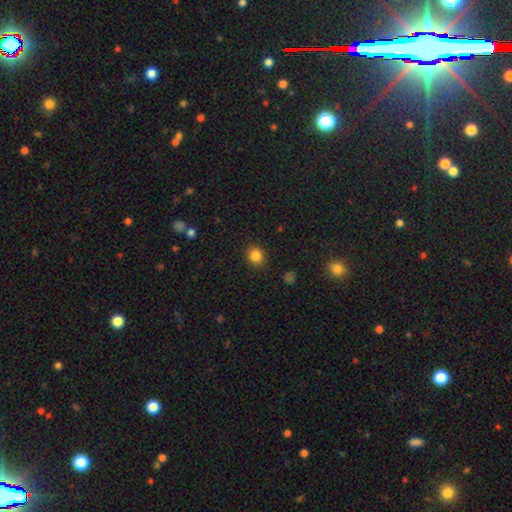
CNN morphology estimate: Smooth or featured: smooth — 84% (star or artifact — 12%)
How rounded: round — 78% (in between — 21%)
Merging: none — 89% (minor disturbance — 7%)